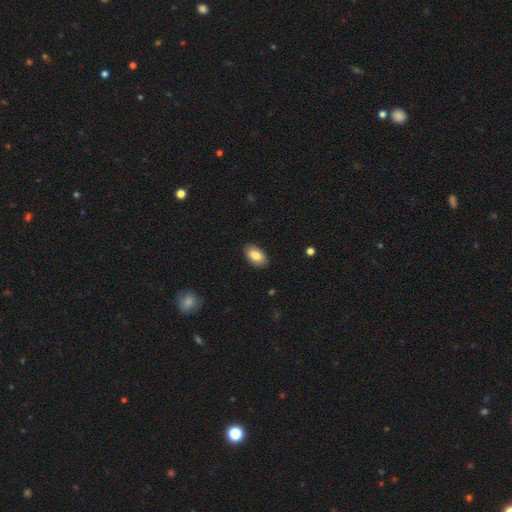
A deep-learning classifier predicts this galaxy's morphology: smooth-or-featured: smooth: 82% | featured or disk: 11% | star or artifact: 6%
  how-rounded: in between: 94% | round: 4% | cigar-shaped: 2%
  merging: none: 88% | minor disturbance: 9% | major disturbance: 2% | merger: 1%